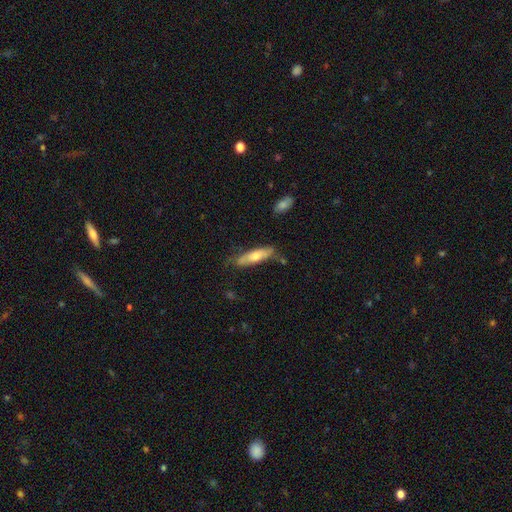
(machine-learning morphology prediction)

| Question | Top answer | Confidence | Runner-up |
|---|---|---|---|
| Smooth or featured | smooth | 58% | featured or disk (35%) |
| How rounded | cigar-shaped | 66% | in between (32%) |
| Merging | none | 64% | minor disturbance (25%) |